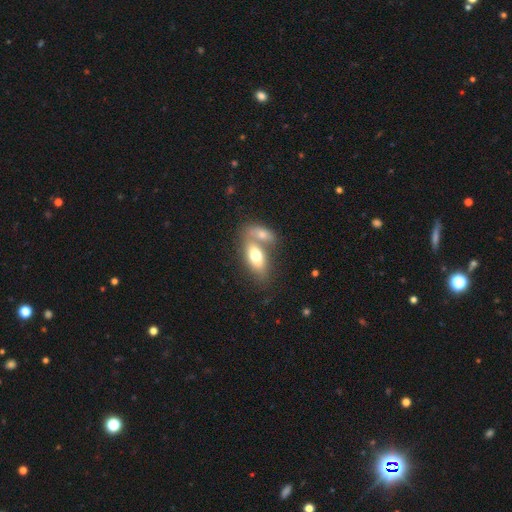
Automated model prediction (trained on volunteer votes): The model was most divided on "merging": merger: 57%, none: 30%, minor disturbance: 8%, major disturbance: 5%. More confident: how rounded — in between (82%); smooth or featured — smooth (66%).